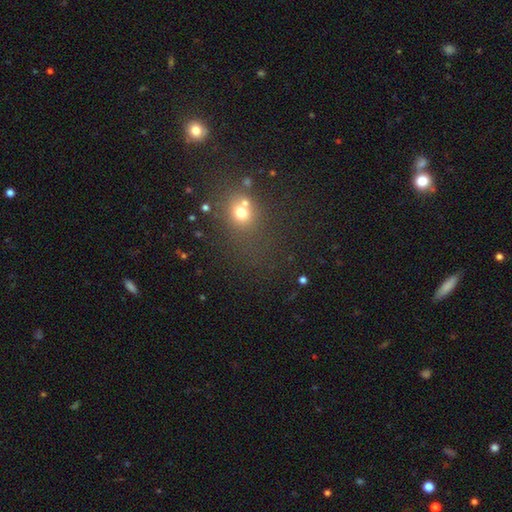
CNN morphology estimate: Overall: smooth (50%; star or artifact 39%). Merging: none (63%).